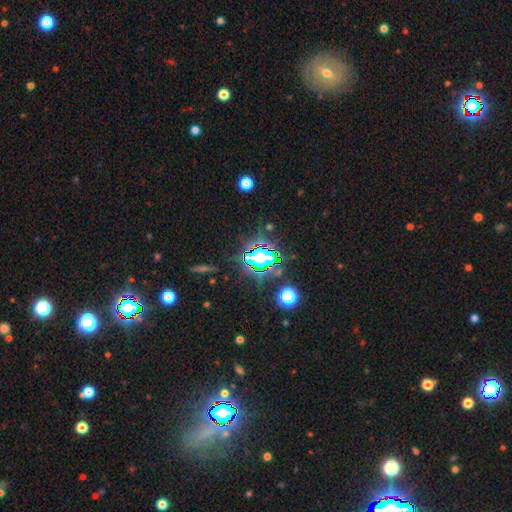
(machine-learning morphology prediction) type=star or artifact (72%).